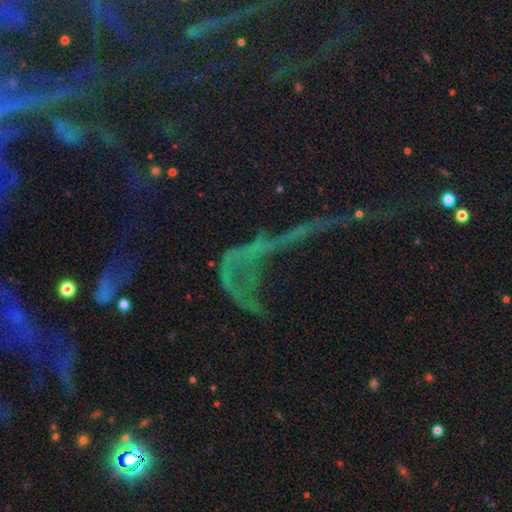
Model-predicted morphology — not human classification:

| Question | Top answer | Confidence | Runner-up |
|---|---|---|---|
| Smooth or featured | star or artifact | 57% | featured or disk (28%) |